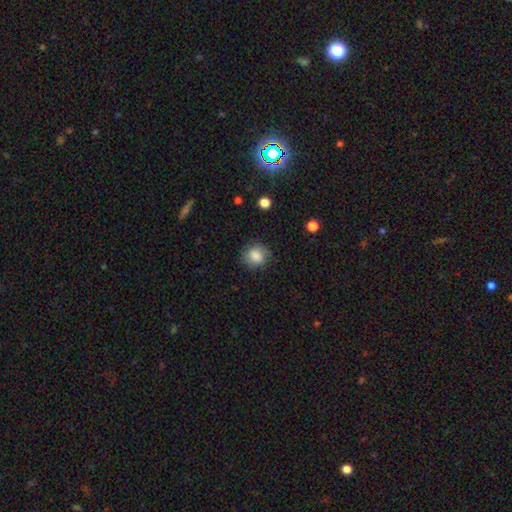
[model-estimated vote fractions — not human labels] smooth 83%, featured or disk 9%, star or artifact 8%. Down the decision tree: how rounded — round (81%); merging — none (78%).